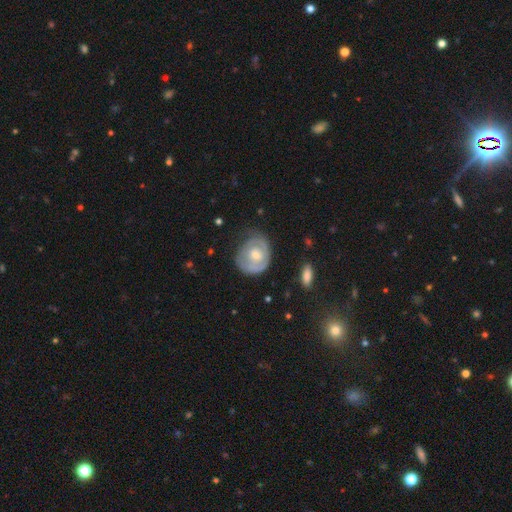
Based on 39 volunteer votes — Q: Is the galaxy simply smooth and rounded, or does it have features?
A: featured or disk — 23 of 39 (59%).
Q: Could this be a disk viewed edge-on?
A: no — 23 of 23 (100%).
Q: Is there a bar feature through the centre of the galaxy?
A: weak — 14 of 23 (61%).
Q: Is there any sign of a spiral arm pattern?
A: yes — 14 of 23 (61%).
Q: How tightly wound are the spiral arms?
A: medium — 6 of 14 (43%).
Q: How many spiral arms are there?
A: can't tell — 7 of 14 (50%).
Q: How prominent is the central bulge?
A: moderate — 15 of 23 (65%).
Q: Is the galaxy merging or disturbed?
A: none — 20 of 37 (54%).